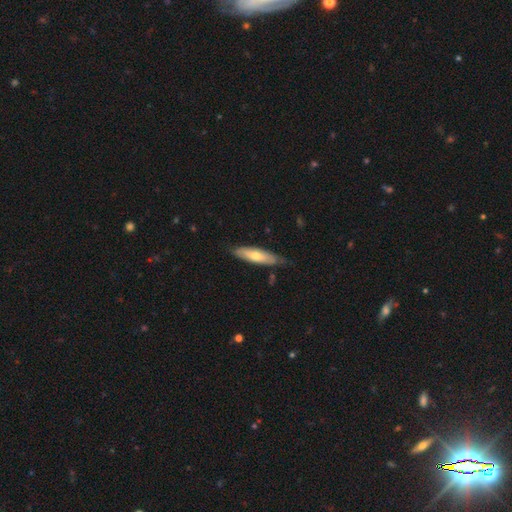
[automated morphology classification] smooth 60%, featured or disk 34%, star or artifact 5%. Down the decision tree: how rounded — cigar-shaped (58%); merging — none (73%).